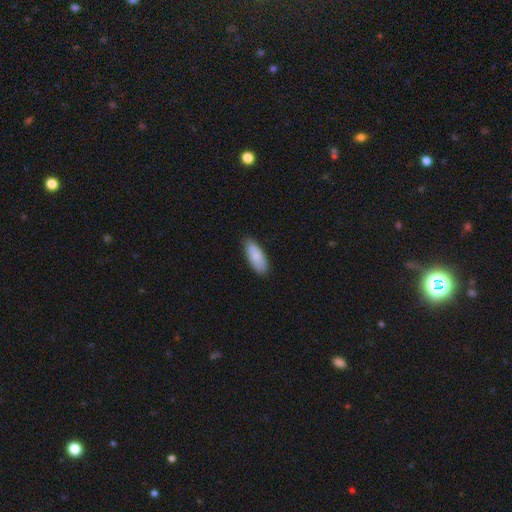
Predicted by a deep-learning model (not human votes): smooth 86%, featured or disk 9%, star or artifact 5%. Down the decision tree: how rounded — in between (77%); merging — none (83%).